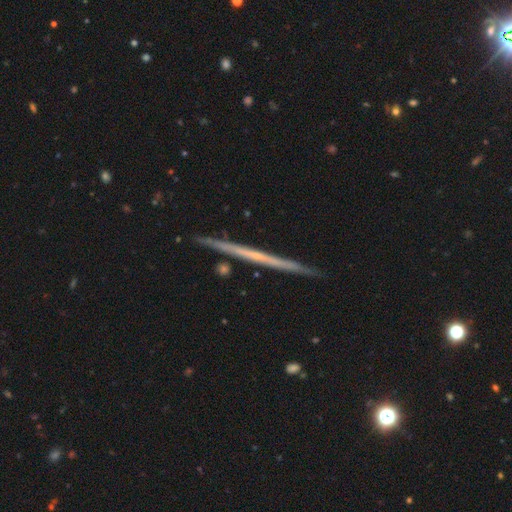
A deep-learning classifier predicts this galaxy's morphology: smooth_or_featured: featured or disk (p=0.67) [alt: smooth p=0.27]
disk_edge_on: yes (p=0.98) [alt: no p=0.02]
edge_on_bulge: none (p=0.90) [alt: rounded p=0.07]
merging: none (p=0.91) [alt: minor disturbance p=0.07]